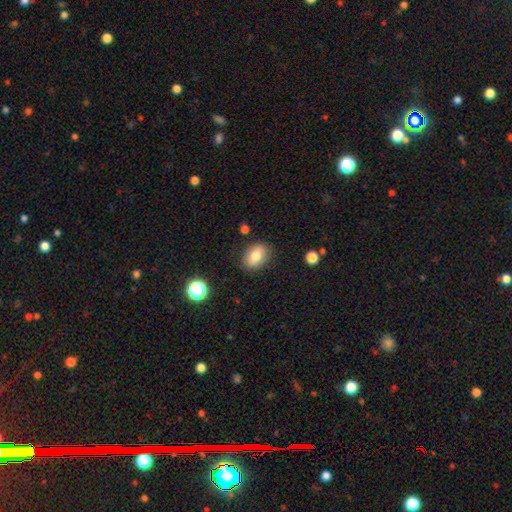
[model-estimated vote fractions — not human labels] Q: Smooth or featured?
A: smooth (80%); runner-up: featured or disk (11%)
Q: How rounded?
A: in between (75%); runner-up: round (23%)
Q: Merging?
A: none (83%); runner-up: minor disturbance (12%)